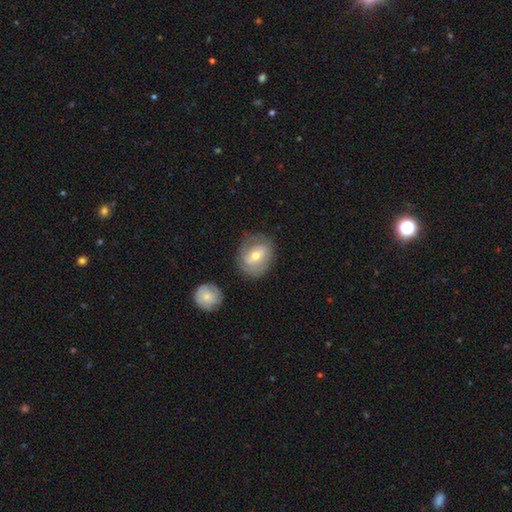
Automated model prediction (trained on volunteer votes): Smooth or featured?
  - featured or disk: 53% *
  - smooth: 40%
  - star or artifact: 7%
Edge-on disk?
  - no: 95% *
  - yes: 5%
Bar?
  - weak: 43% *
  - no: 40%
  - strong: 17%
Spiral arms?
  - yes: 68% *
  - no: 32%
Bulge size?
  - moderate: 64% *
  - small: 30%
  - large: 4%
  - none: 1%
  - dominant: 1%
Merging?
  - none: 71% *
  - minor disturbance: 19%
  - major disturbance: 7%
  - merger: 3%